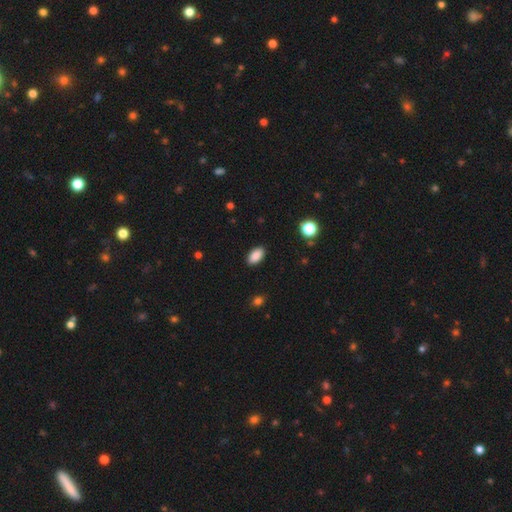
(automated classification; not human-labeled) Q: Smooth or featured?
A: smooth (88%); runner-up: star or artifact (8%)
Q: How rounded?
A: in between (93%); runner-up: round (4%)
Q: Merging?
A: none (89%); runner-up: minor disturbance (7%)